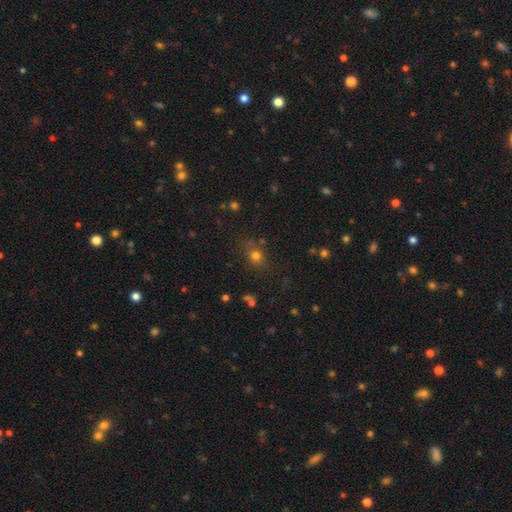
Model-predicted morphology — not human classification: The model was most divided on "how rounded": round: 70%, in between: 28%, cigar-shaped: 1%. More confident: merging — none (75%); smooth or featured — smooth (73%).